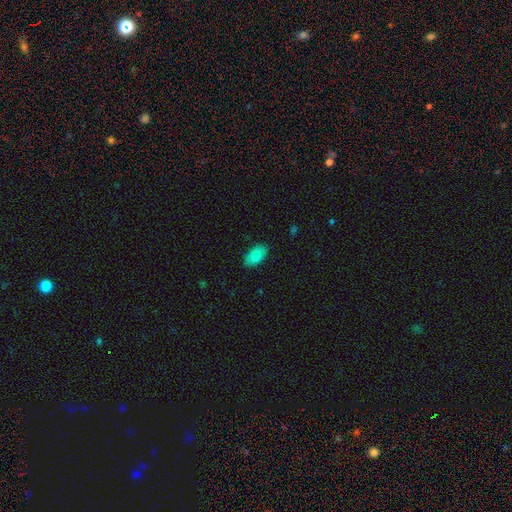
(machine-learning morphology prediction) This is likely a smooth galaxy (80%). How rounded: clearly in between (94%). Merging: clearly none (87%).